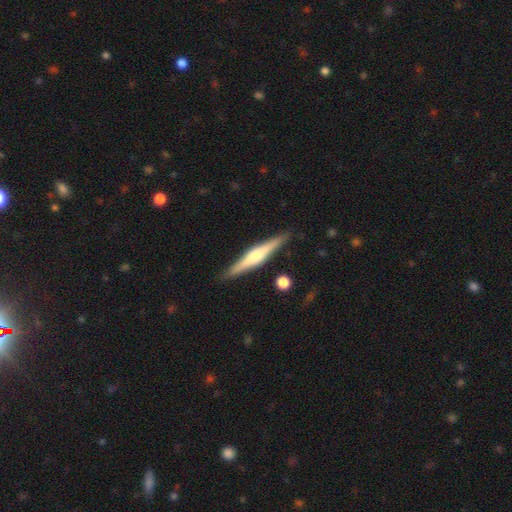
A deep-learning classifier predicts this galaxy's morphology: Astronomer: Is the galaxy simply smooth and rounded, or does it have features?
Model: featured or disk — 68%.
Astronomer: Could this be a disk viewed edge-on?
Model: yes — 98%.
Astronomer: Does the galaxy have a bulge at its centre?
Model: rounded — 81%.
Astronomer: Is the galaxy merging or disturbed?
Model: none — 89%.